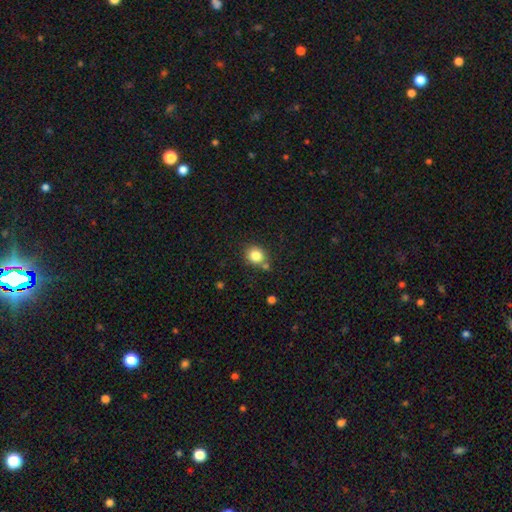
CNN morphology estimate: The model was most divided on "merging": none: 73%, merger: 12%, minor disturbance: 12%, major disturbance: 3%. More confident: smooth or featured — smooth (83%); how rounded — round (81%).